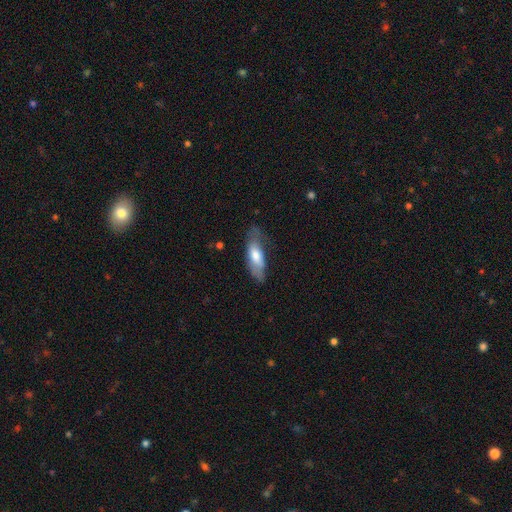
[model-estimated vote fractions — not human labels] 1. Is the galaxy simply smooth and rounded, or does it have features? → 64% smooth, 30% featured or disk, 6% star or artifact.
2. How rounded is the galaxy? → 62% in between, 36% cigar-shaped, 2% round.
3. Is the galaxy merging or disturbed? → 54% none, 30% minor disturbance, 14% major disturbance, 2% merger.